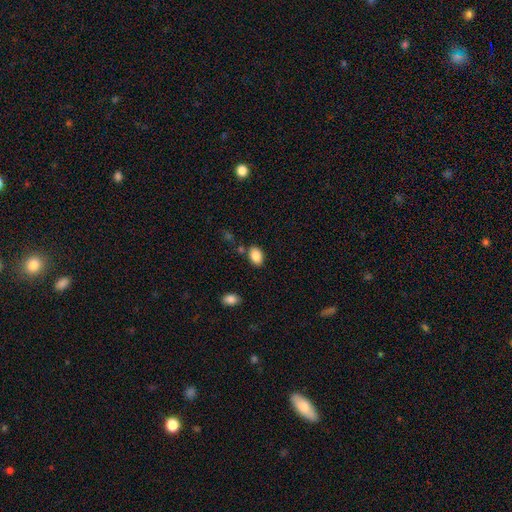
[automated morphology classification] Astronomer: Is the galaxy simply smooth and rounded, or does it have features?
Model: smooth — 87%.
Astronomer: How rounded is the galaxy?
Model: in between — 82%.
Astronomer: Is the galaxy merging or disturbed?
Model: none — 79%.